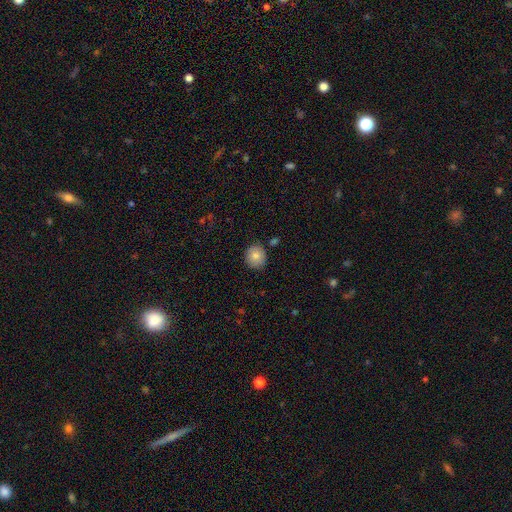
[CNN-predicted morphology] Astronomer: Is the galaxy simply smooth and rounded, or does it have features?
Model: smooth — 80%.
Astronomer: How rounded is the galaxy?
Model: round — 88%.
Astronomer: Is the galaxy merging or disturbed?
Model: none — 85%.